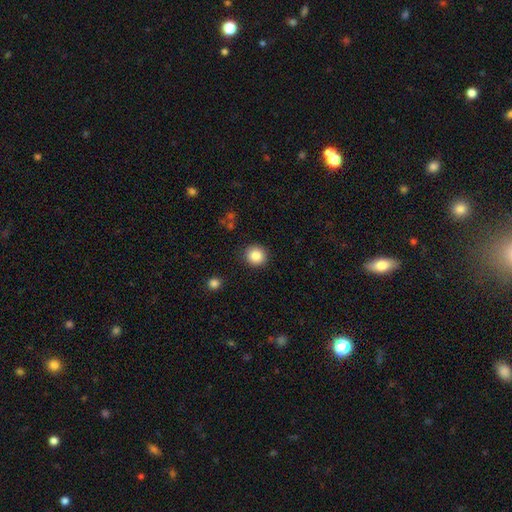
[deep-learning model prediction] The model was most divided on "smooth or featured": smooth: 86%, star or artifact: 9%, featured or disk: 5%. More confident: how rounded — round (91%); merging — none (90%).